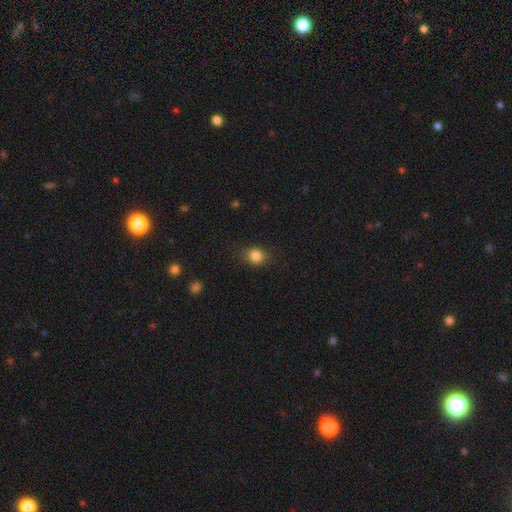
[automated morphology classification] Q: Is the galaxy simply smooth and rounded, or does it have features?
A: smooth — 84%.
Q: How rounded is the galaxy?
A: round — 68%.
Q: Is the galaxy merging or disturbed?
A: none — 85%.